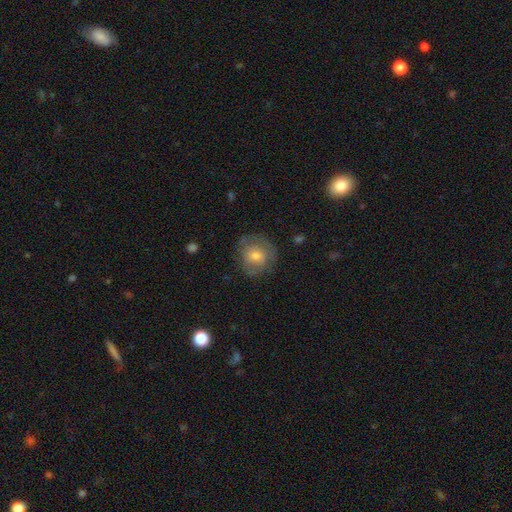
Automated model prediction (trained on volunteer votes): Q: Smooth or featured?
A: smooth (59%); runner-up: featured or disk (32%)
Q: How rounded?
A: round (83%); runner-up: in between (16%)
Q: Merging?
A: none (72%); runner-up: minor disturbance (19%)